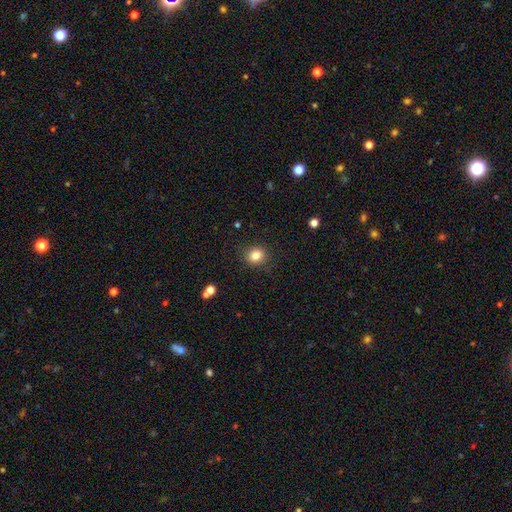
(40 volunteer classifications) Volunteers were most divided on "smooth or featured": smooth: 80%, star or artifact: 12%, featured or disk: 8%. More confident: how rounded — round (91%); merging — none (83%).